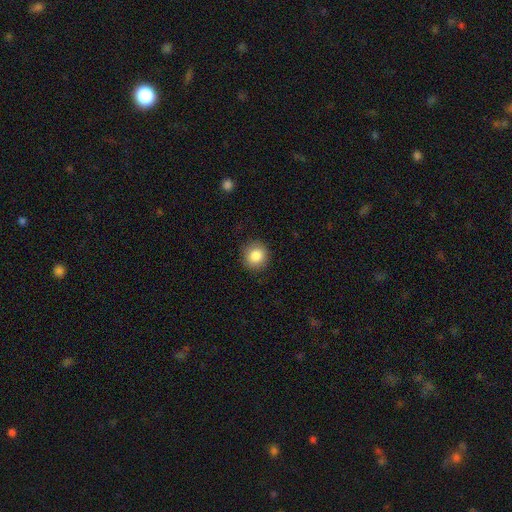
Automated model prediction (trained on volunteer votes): Smooth or featured? Predicted: smooth (p=0.86). How rounded? Predicted: round (p=0.90). Merging? Predicted: none (p=0.90).